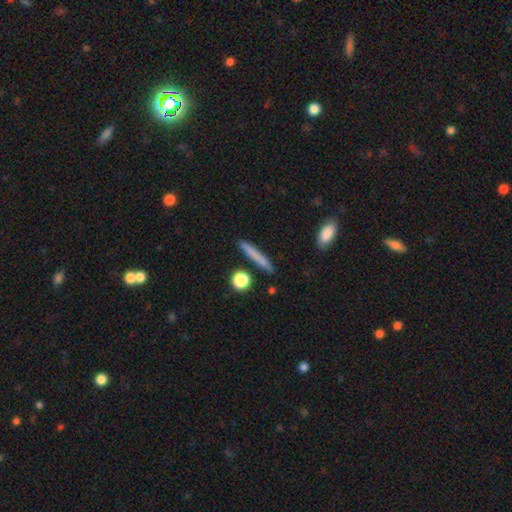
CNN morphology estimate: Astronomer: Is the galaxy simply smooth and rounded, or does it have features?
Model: smooth — 73%.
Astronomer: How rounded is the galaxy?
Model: cigar-shaped — 91%.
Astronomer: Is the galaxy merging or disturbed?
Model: none — 85%.